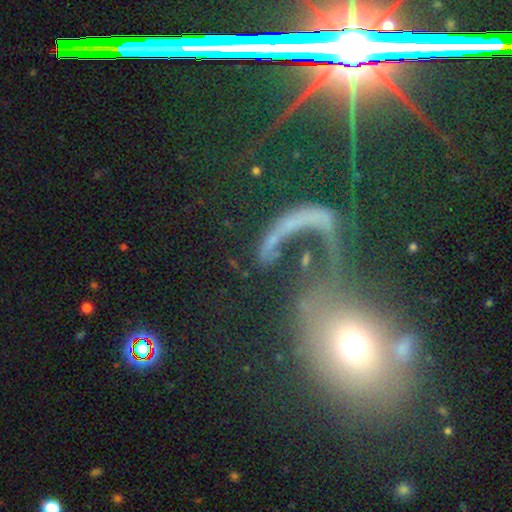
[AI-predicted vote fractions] A featured or disk galaxy (38%).

Vote fractions:
- Smooth or featured? featured or disk: 38% / star or artifact: 34% / smooth: 28%
- Merging? none: 39% / major disturbance: 29% / merger: 19% / minor disturbance: 13%